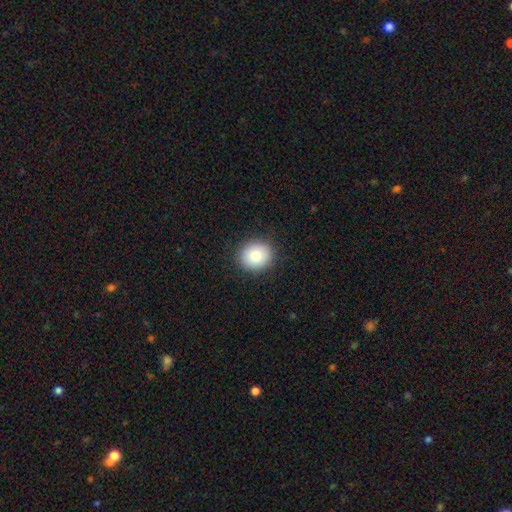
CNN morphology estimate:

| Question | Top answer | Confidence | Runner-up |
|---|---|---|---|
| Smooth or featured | smooth | 81% | featured or disk (10%) |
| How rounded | round | 78% | in between (21%) |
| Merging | none | 90% | minor disturbance (7%) |